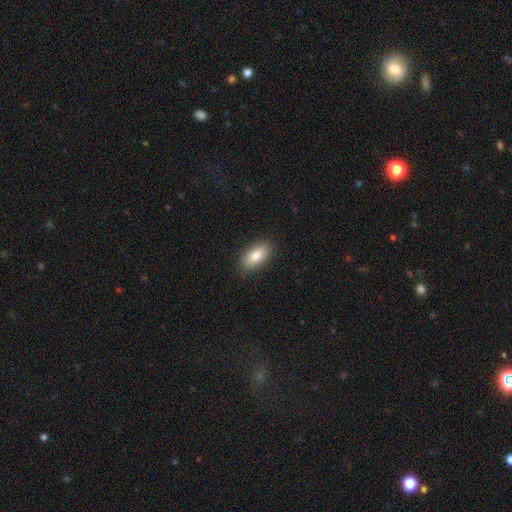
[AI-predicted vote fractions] The model was most divided on "smooth or featured": smooth: 84%, featured or disk: 10%, star or artifact: 7%. More confident: how rounded — in between (89%); merging — none (87%).